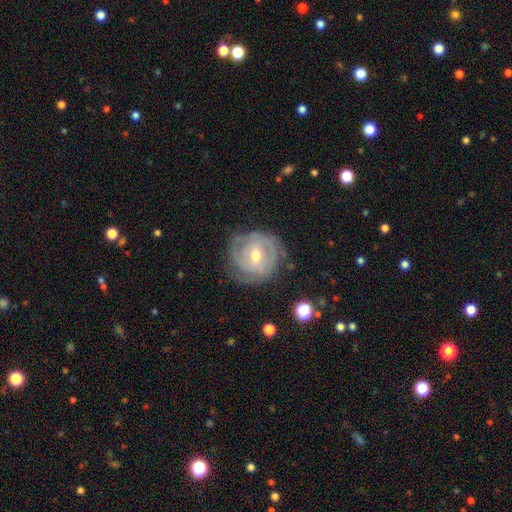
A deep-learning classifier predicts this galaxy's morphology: Q: Smooth or featured?
A: featured or disk (78%); runner-up: smooth (16%)
Q: Edge-on disk?
A: no (97%); runner-up: yes (3%)
Q: Bar?
A: weak (53%); runner-up: no (30%)
Q: Spiral arms?
A: yes (88%); runner-up: no (12%)
Q: Spiral winding?
A: tight (70%); runner-up: medium (23%)
Q: Spiral arm count?
A: can't tell (36%); runner-up: 2 (35%)
Q: Bulge size?
A: moderate (64%); runner-up: small (33%)
Q: Merging?
A: none (75%); runner-up: minor disturbance (17%)